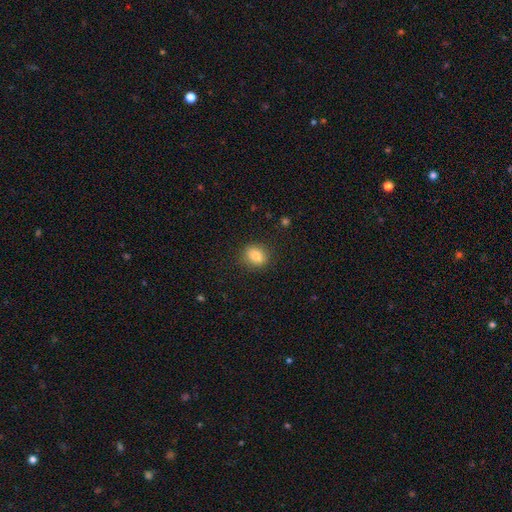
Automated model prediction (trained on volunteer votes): This is clearly a smooth galaxy (86%). How rounded: possibly round (52%). Merging: clearly none (84%).